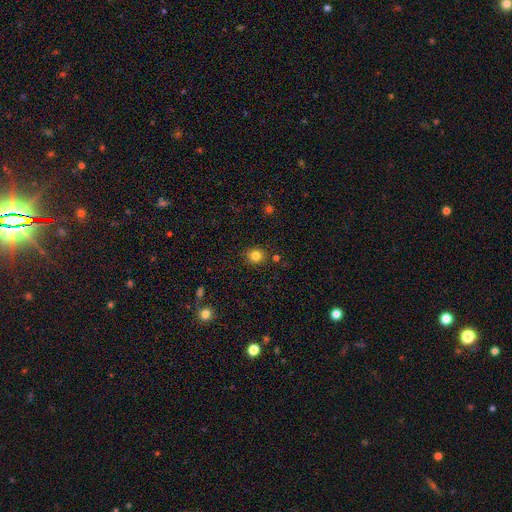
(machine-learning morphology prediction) Smooth or featured? Predicted: smooth (p=0.82). How rounded? Predicted: round (p=0.87). Merging? Predicted: none (p=0.86).